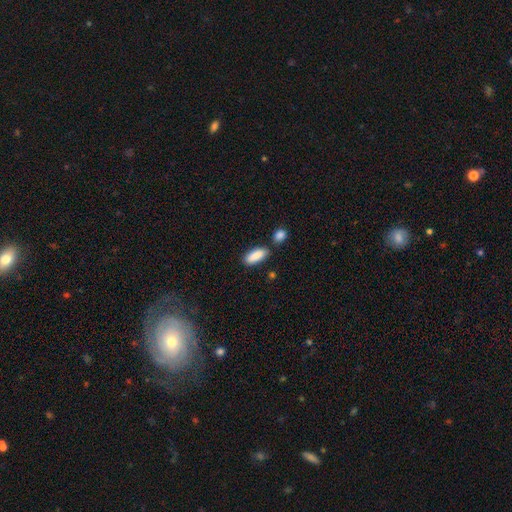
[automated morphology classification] Smooth or featured?
  - smooth: 88% *
  - star or artifact: 6%
  - featured or disk: 6%
How rounded?
  - in between: 75% *
  - cigar-shaped: 23%
  - round: 2%
Merging?
  - none: 74% *
  - minor disturbance: 12%
  - merger: 11%
  - major disturbance: 3%